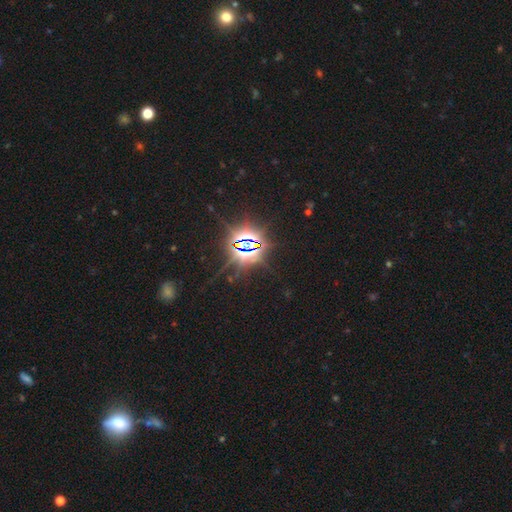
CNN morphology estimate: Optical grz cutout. It shows a star or artifact, not a galaxy (85%).